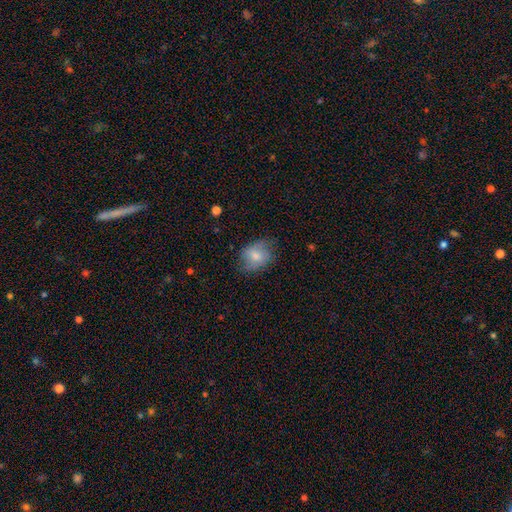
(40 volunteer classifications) This is possibly a smooth galaxy (55%). How rounded: possibly in between (55%). Merging: likely none (79%).